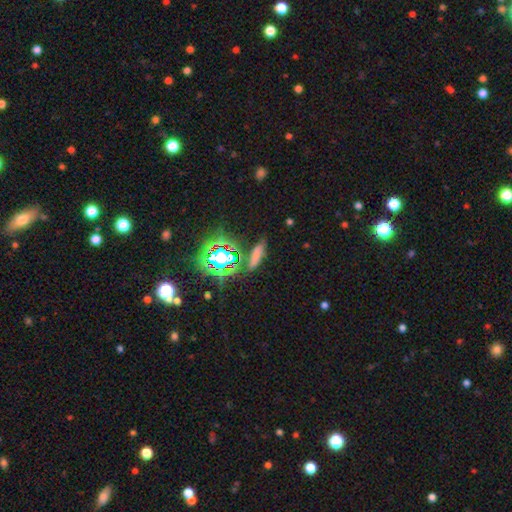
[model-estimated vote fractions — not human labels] Overall: smooth (58%; star or artifact 29%). How rounded: cigar-shaped (61%; in between 33%). Merging: none (73%).